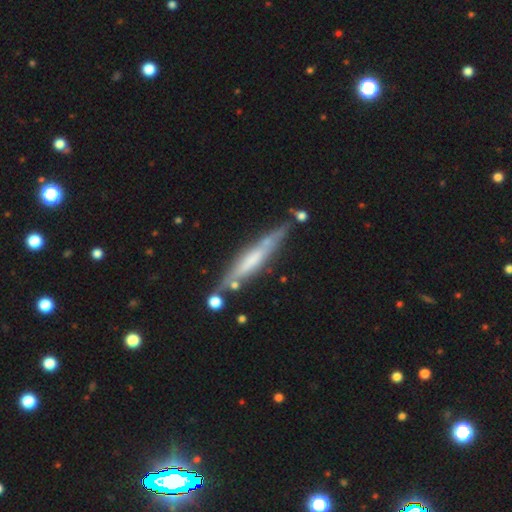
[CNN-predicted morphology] Q: Smooth or featured?
A: featured or disk (56%); runner-up: smooth (38%)
Q: Edge-on disk?
A: yes (88%); runner-up: no (12%)
Q: Merging?
A: none (73%); runner-up: minor disturbance (16%)